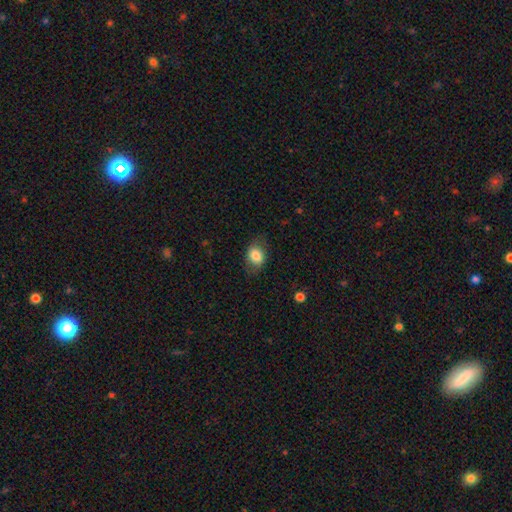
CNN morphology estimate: Q: Smooth or featured?
A: smooth (80%); runner-up: featured or disk (12%)
Q: How rounded?
A: in between (66%); runner-up: round (33%)
Q: Merging?
A: none (73%); runner-up: minor disturbance (18%)